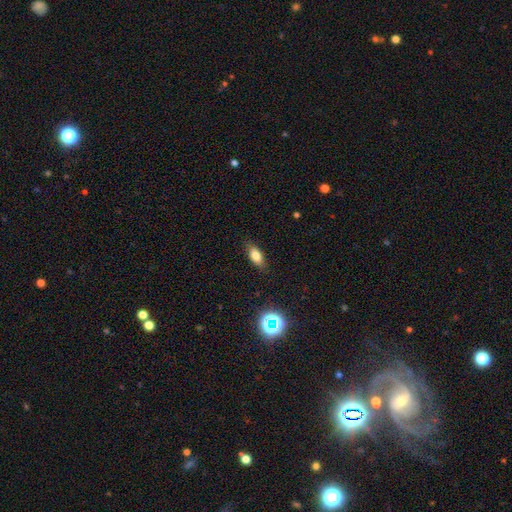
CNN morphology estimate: smooth 78%, star or artifact 11%, featured or disk 11%. Down the decision tree: how rounded — in between (82%); merging — none (85%).